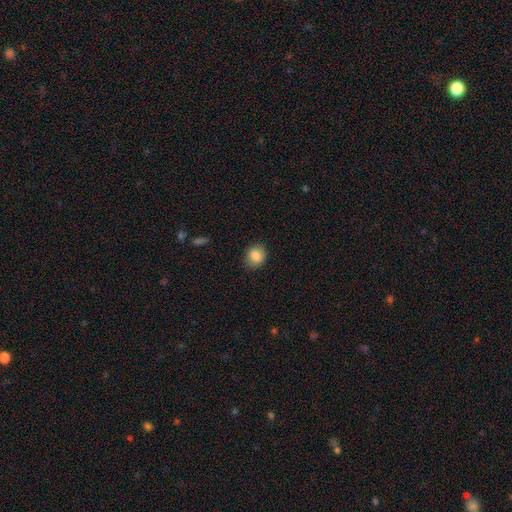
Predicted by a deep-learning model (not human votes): Q: Smooth or featured?
A: smooth (84%); runner-up: star or artifact (9%)
Q: How rounded?
A: round (67%); runner-up: in between (32%)
Q: Merging?
A: none (83%); runner-up: minor disturbance (13%)